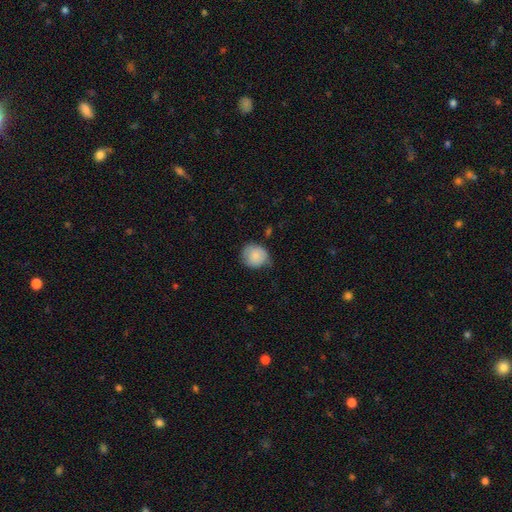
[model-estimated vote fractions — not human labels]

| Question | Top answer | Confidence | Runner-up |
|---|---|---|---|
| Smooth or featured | smooth | 82% | featured or disk (11%) |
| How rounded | round | 84% | in between (15%) |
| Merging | none | 57% | minor disturbance (33%) |